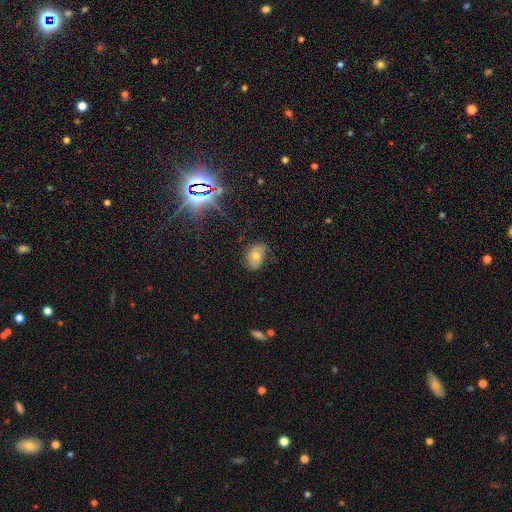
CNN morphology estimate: The model was most divided on "smooth or featured": smooth: 43%, featured or disk: 34%, star or artifact: 23%. More confident: merging — none (63%).